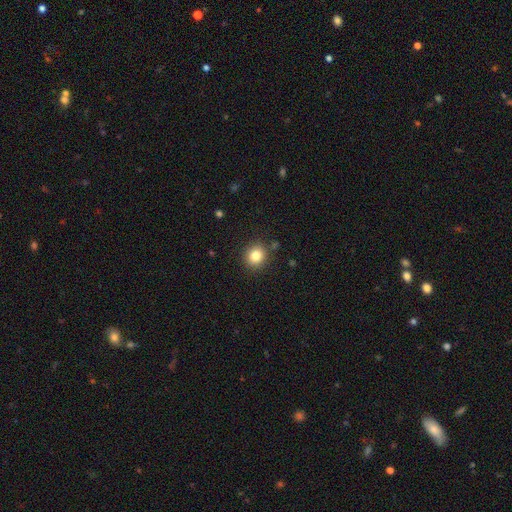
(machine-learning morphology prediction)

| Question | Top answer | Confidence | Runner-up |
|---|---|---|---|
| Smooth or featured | smooth | 83% | star or artifact (11%) |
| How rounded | round | 85% | in between (14%) |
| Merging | none | 88% | minor disturbance (8%) |